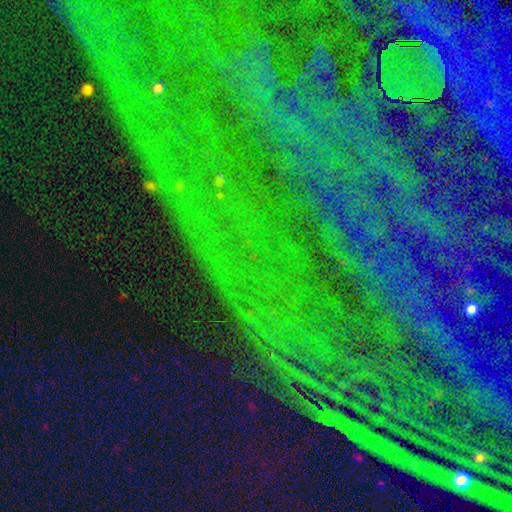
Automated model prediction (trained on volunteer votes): Smooth or featured? star or artifact (87%)